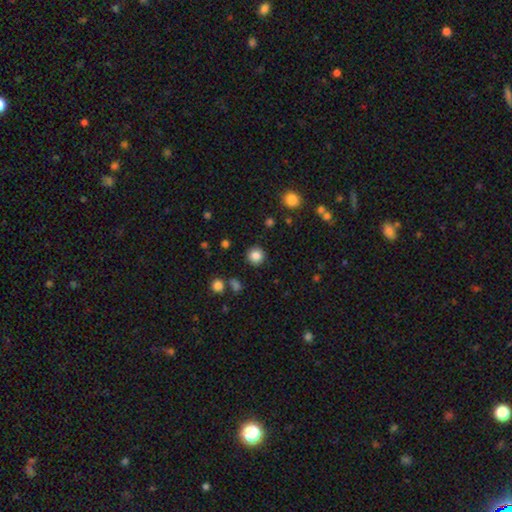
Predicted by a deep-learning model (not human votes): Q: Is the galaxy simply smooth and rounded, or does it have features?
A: smooth — 84%.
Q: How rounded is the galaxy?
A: round — 93%.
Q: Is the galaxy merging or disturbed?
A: none — 90%.